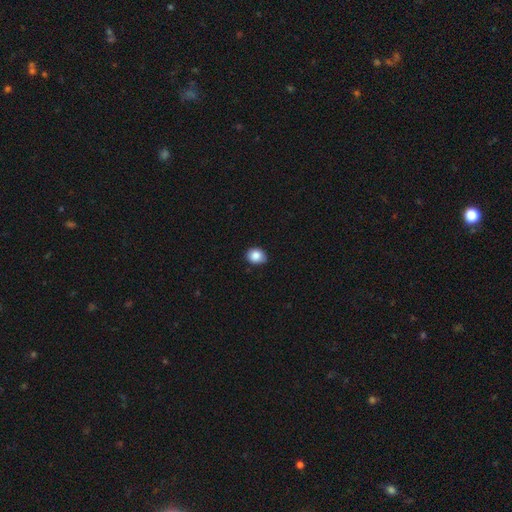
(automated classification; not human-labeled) Smooth or featured? Predicted: smooth (p=0.86). How rounded? Predicted: round (p=0.60). Merging? Predicted: none (p=0.78).